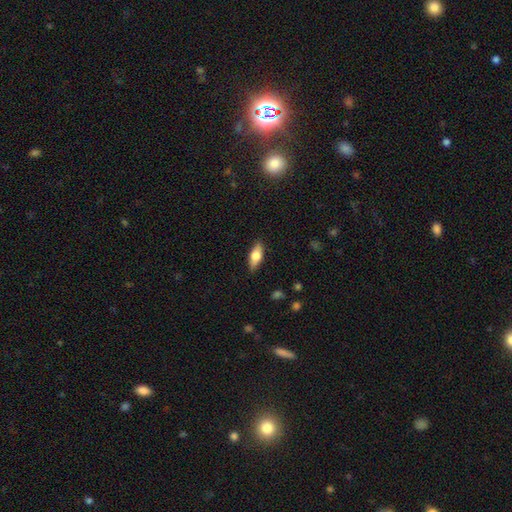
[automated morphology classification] Q: Smooth or featured?
A: smooth (62%); runner-up: featured or disk (32%)
Q: How rounded?
A: in between (70%); runner-up: cigar-shaped (27%)
Q: Merging?
A: none (87%); runner-up: minor disturbance (10%)